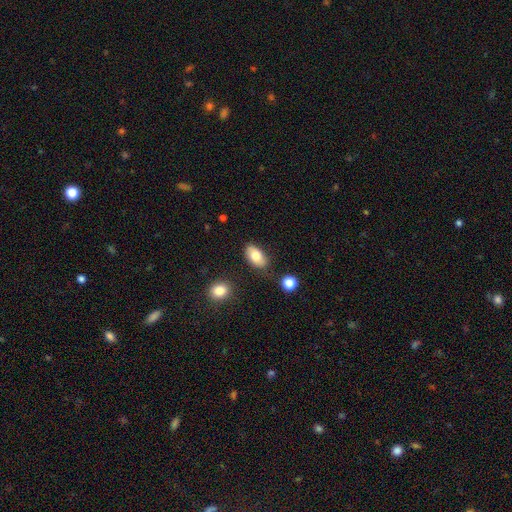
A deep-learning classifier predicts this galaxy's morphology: Q: Smooth or featured?
A: smooth (78%); runner-up: featured or disk (14%)
Q: How rounded?
A: in between (92%); runner-up: round (6%)
Q: Merging?
A: none (76%); runner-up: minor disturbance (17%)